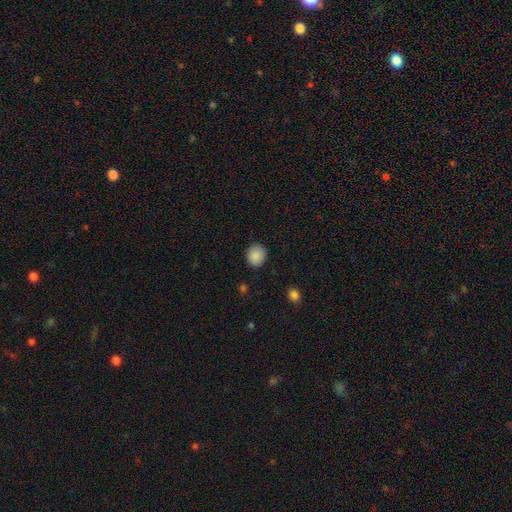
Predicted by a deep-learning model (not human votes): Smooth or featured? Predicted: smooth (p=0.88). How rounded? Predicted: round (p=0.82). Merging? Predicted: none (p=0.88).